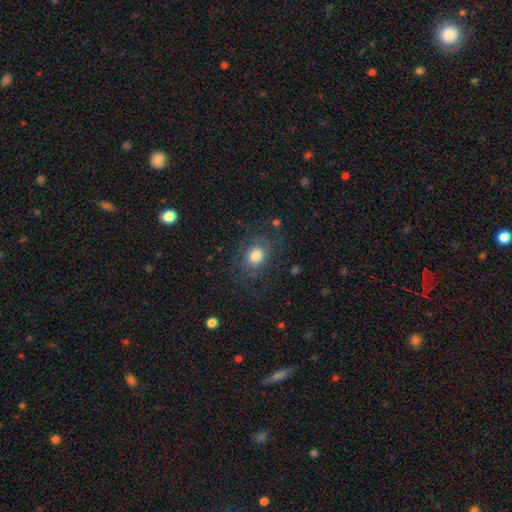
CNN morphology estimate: Smooth or featured? Predicted: smooth (p=0.73). How rounded? Predicted: round (p=0.54). Merging? Predicted: none (p=0.71).